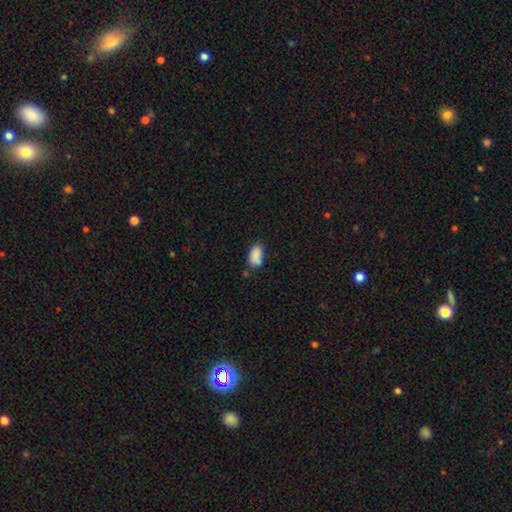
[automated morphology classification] Smooth or featured? Predicted: smooth (p=0.85). How rounded? Predicted: in between (p=0.91). Merging? Predicted: none (p=0.57).